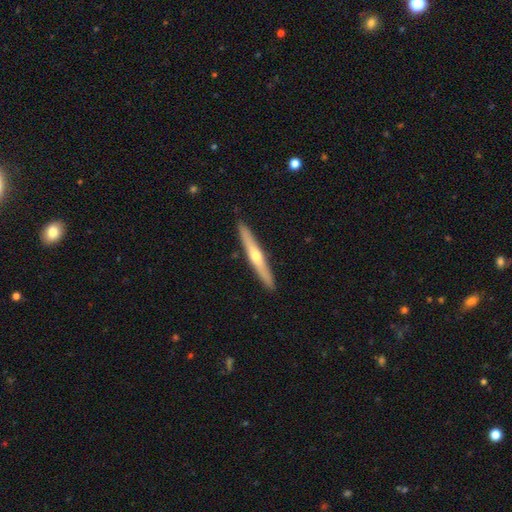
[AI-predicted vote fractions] Smooth or featured?
  - featured or disk: 60% *
  - smooth: 35%
  - star or artifact: 5%
Edge-on disk?
  - yes: 95% *
  - no: 5%
Edge-on bulge?
  - rounded: 84% *
  - none: 14%
  - boxy: 2%
Merging?
  - none: 91% *
  - minor disturbance: 6%
  - major disturbance: 1%
  - merger: 1%